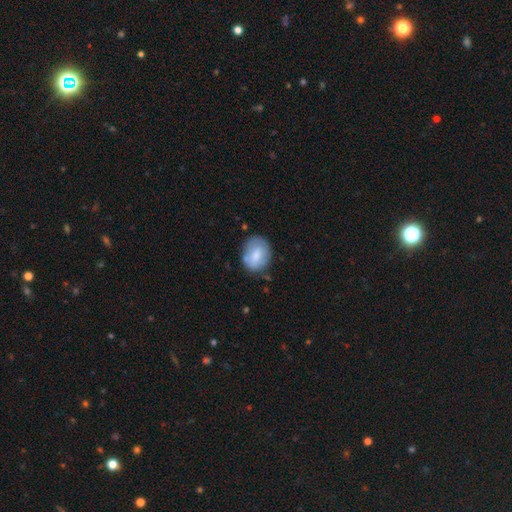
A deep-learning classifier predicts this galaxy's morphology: Smooth or featured: smooth — 70% (featured or disk — 23%)
How rounded: in between — 57% (round — 42%)
Merging: none — 68% (minor disturbance — 22%)